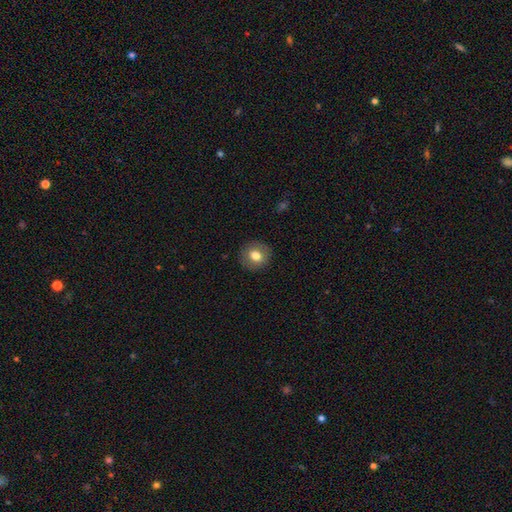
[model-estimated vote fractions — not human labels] smooth_or_featured: smooth (p=0.75) [alt: featured or disk p=0.16]
how_rounded: round (p=0.85) [alt: in between p=0.14]
merging: none (p=0.89) [alt: minor disturbance p=0.07]